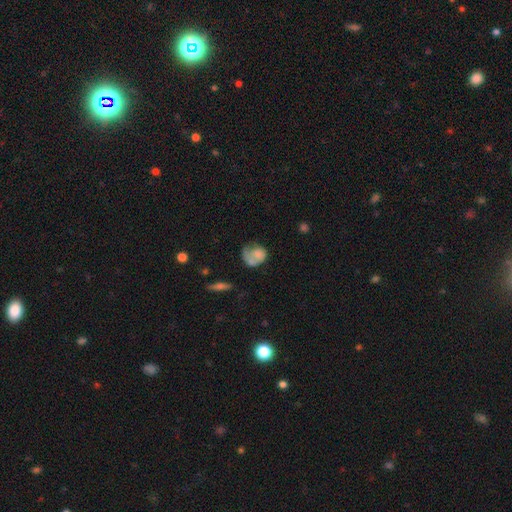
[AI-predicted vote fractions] smooth-or-featured: smooth: 60% | featured or disk: 32% | star or artifact: 8%
  how-rounded: round: 58% | in between: 41% | cigar-shaped: 1%
  merging: none: 36% | major disturbance: 33% | minor disturbance: 24% | merger: 8%